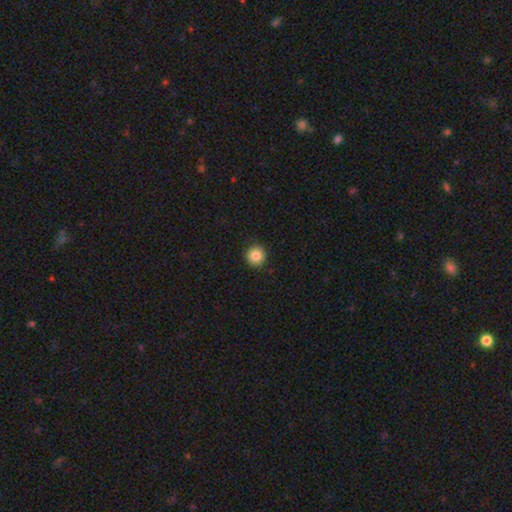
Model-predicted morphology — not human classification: This is clearly a smooth galaxy (85%). How rounded: clearly round (94%). Merging: clearly none (91%).